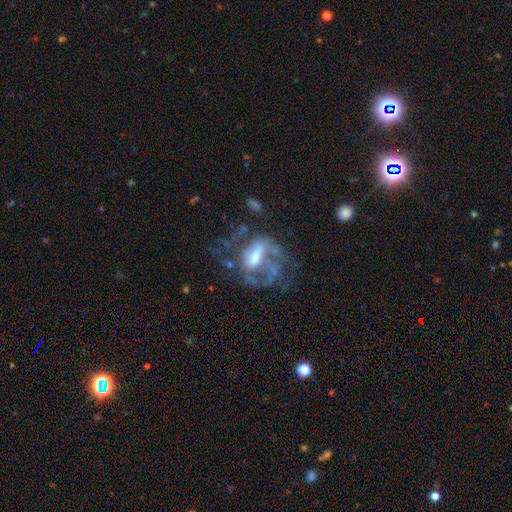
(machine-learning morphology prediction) Smooth or featured?
  - featured or disk: 75% *
  - smooth: 16%
  - star or artifact: 10%
Edge-on disk?
  - no: 95% *
  - yes: 5%
Bar?
  - weak: 43% *
  - no: 29%
  - strong: 28%
Spiral arms?
  - yes: 63% *
  - no: 37%
Bulge size?
  - moderate: 54% *
  - small: 28%
  - large: 11%
  - none: 6%
  - dominant: 1%
Merging?
  - major disturbance: 42% *
  - none: 34%
  - minor disturbance: 18%
  - merger: 6%